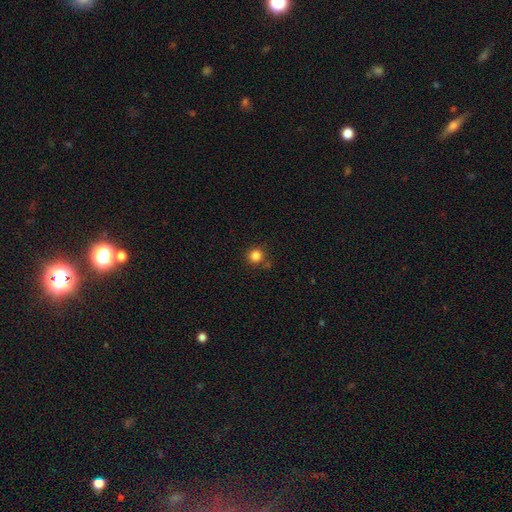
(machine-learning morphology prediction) Smooth or featured? smooth (83%)
How rounded? round (90%)
Merging? none (82%)